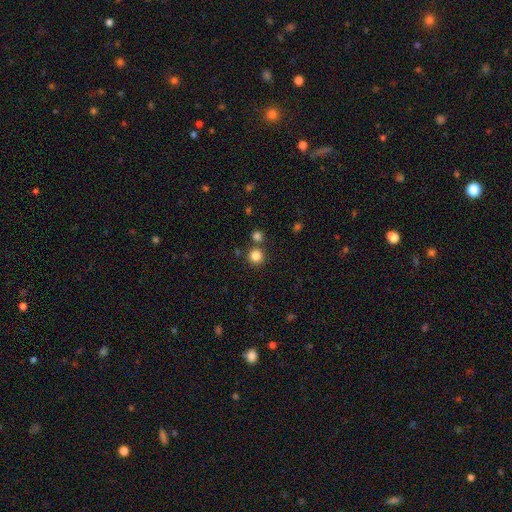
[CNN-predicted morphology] A smooth galaxy with no disk features (83%) that is round (94%). Merging: none (79%).